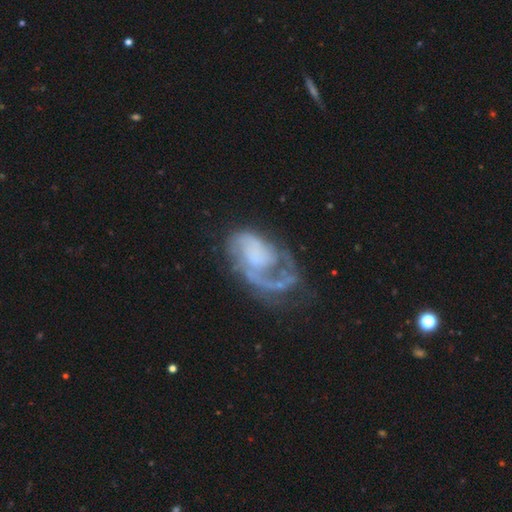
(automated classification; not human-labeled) Q: Smooth or featured?
A: featured or disk (78%); runner-up: smooth (15%)
Q: Edge-on disk?
A: no (98%); runner-up: yes (2%)
Q: Bar?
A: no (73%); runner-up: weak (22%)
Q: Spiral arms?
A: yes (83%); runner-up: no (17%)
Q: Spiral winding?
A: medium (38%); runner-up: loose (36%)
Q: Spiral arm count?
A: 1 (67%); runner-up: 2 (19%)
Q: Bulge size?
A: none (55%); runner-up: small (18%)
Q: Merging?
A: major disturbance (42%); runner-up: none (33%)